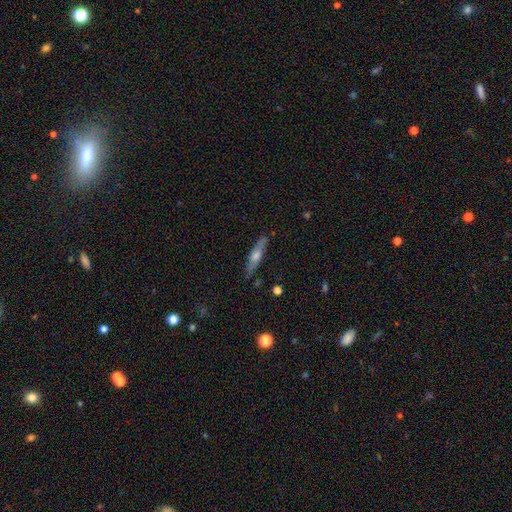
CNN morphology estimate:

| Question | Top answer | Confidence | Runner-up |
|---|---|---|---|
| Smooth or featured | featured or disk | 52% | smooth (41%) |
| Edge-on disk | yes | 83% | no (17%) |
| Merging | none | 84% | minor disturbance (12%) |